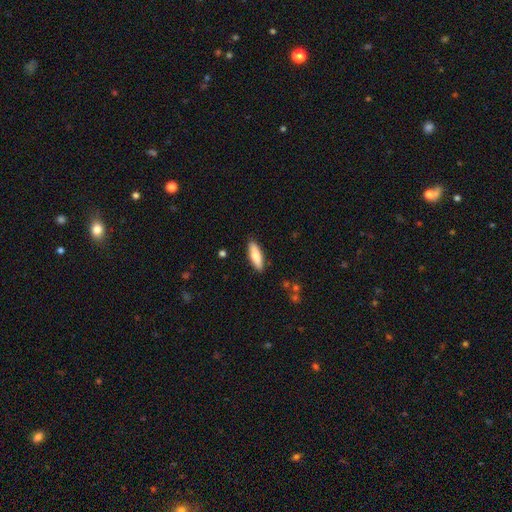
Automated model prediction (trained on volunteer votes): Smooth or featured? Predicted: smooth (p=0.79). How rounded? Predicted: in between (p=0.49, tied with cigar-shaped). Merging? Predicted: none (p=0.88).